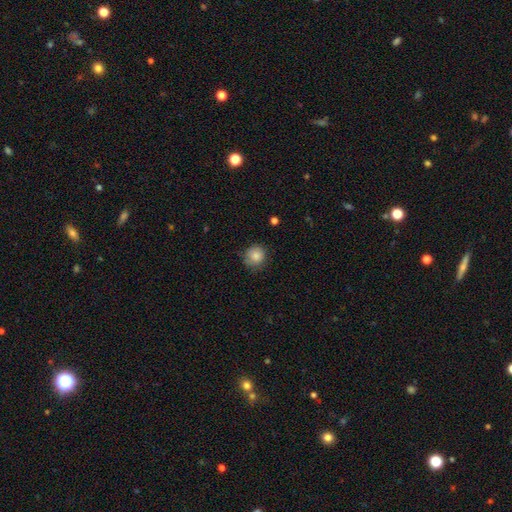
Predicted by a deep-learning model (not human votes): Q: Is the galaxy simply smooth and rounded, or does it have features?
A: smooth — 83%.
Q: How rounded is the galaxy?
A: round — 88%.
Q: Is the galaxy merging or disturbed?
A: none — 72%.